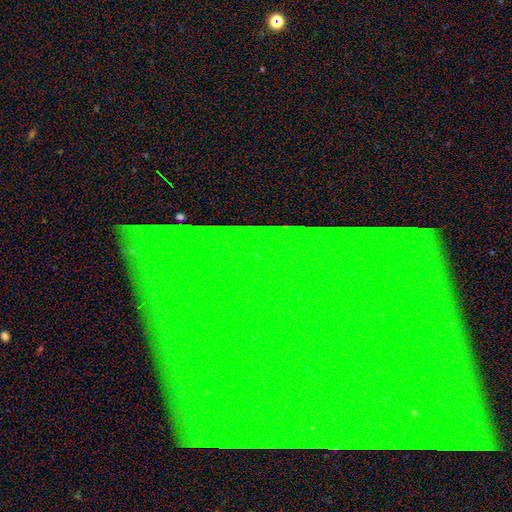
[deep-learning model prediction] Smooth or featured: star or artifact — 86% (featured or disk — 8%)